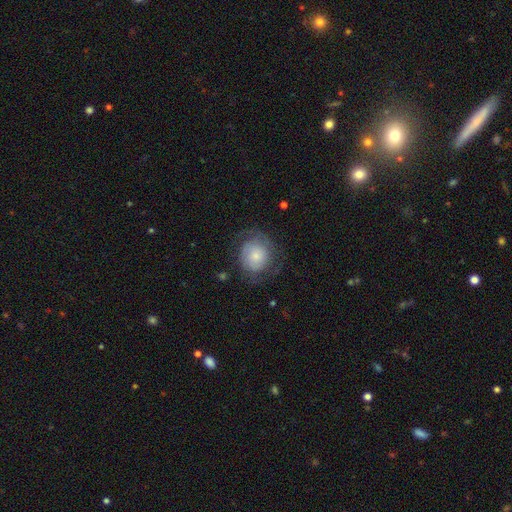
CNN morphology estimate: The model was most divided on "smooth or featured": smooth: 50%, featured or disk: 43%, star or artifact: 7%. More confident: merging — none (60%).